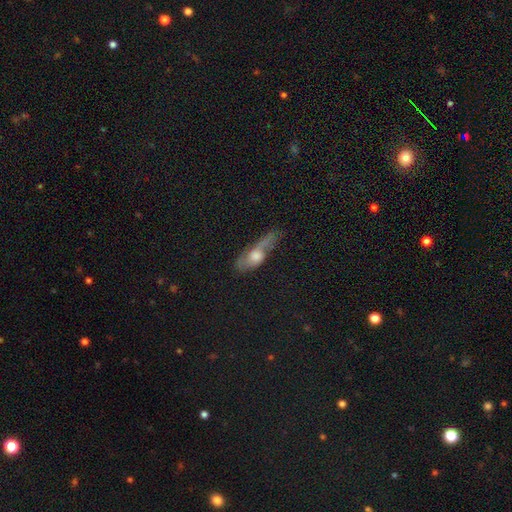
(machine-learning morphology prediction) type=smooth (45%, tied with featured or disk); merging=none (36%).